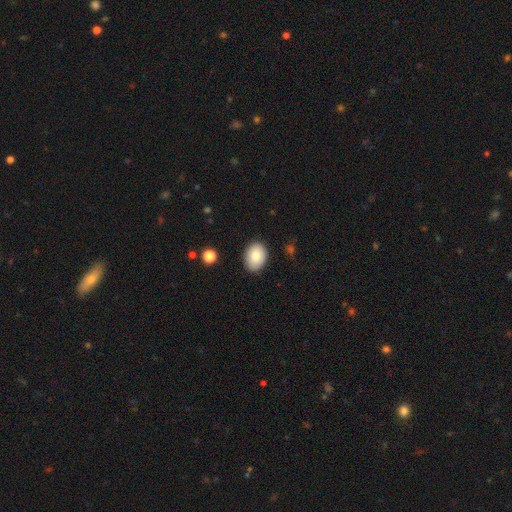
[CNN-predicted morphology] A smooth galaxy with no disk features (82%) that is in between round and cigar-shaped (71%). Merging: none (86%).